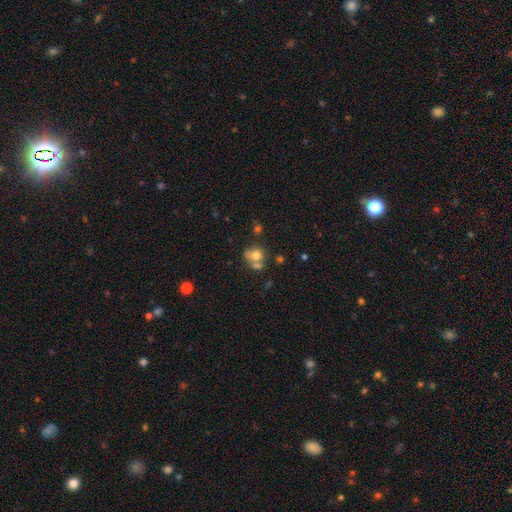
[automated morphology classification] Overall: smooth (69%). How rounded: round (69%; in between 30%). Merging: merger (43%; none 37%).